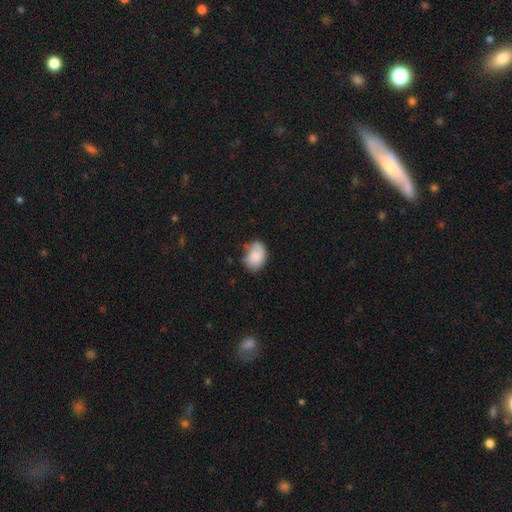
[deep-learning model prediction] Smooth or featured: smooth — 78% (featured or disk — 15%)
How rounded: in between — 73% (round — 26%)
Merging: none — 52% (minor disturbance — 33%)